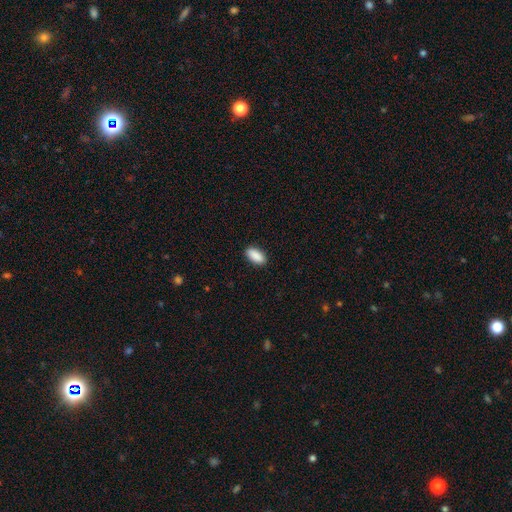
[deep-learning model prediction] smooth 91%, star or artifact 7%, featured or disk 3%. Down the decision tree: how rounded — in between (92%); merging — none (90%).